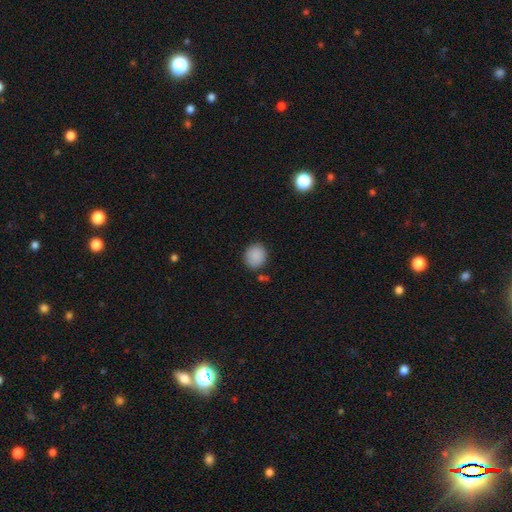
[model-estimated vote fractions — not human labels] smooth-or-featured: smooth: 89% | star or artifact: 8% | featured or disk: 3%
  how-rounded: round: 81% | in between: 18% | cigar-shaped: 1%
  merging: none: 83% | minor disturbance: 11% | merger: 3% | major disturbance: 3%